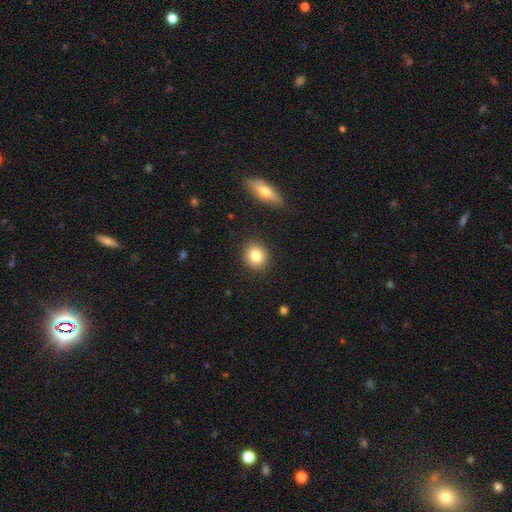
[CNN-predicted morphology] Smooth or featured: smooth — 82% (star or artifact — 9%)
How rounded: round — 86% (in between — 13%)
Merging: none — 90% (minor disturbance — 6%)